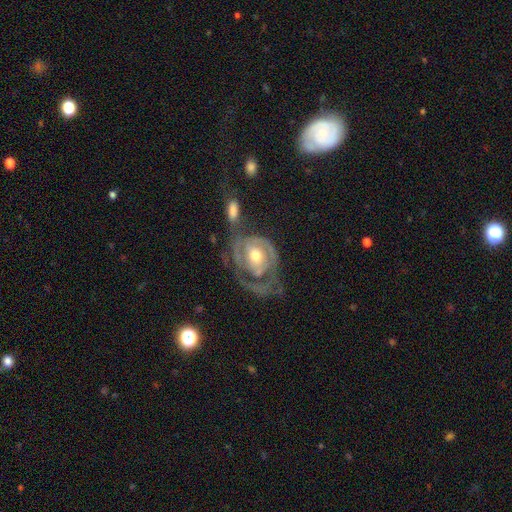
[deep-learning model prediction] Q: Smooth or featured?
A: featured or disk (84%); runner-up: smooth (11%)
Q: Edge-on disk?
A: no (97%); runner-up: yes (3%)
Q: Bar?
A: no (64%); runner-up: weak (27%)
Q: Spiral arms?
A: yes (88%); runner-up: no (12%)
Q: Spiral winding?
A: tight (56%); runner-up: medium (31%)
Q: Spiral arm count?
A: 2 (45%); runner-up: can't tell (21%)
Q: Bulge size?
A: moderate (69%); runner-up: small (22%)
Q: Merging?
A: none (32%); runner-up: major disturbance (31%)